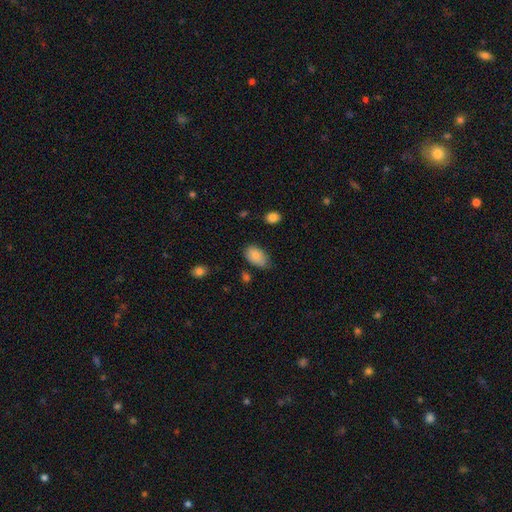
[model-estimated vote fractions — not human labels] Overall: smooth (86%). How rounded: in between (92%). Merging: none (64%; minor disturbance 27%).